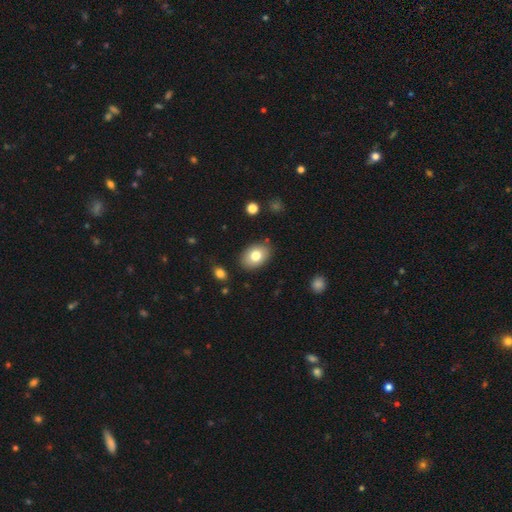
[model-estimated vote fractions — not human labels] Q: Smooth or featured?
A: smooth (78%); runner-up: featured or disk (15%)
Q: How rounded?
A: in between (84%); runner-up: round (15%)
Q: Merging?
A: none (85%); runner-up: minor disturbance (11%)